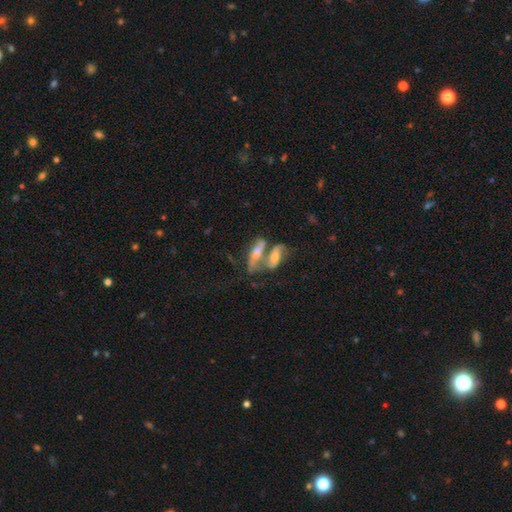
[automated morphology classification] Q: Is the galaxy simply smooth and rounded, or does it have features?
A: featured or disk — 56%.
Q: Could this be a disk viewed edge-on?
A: no — 76%.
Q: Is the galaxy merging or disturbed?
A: merger — 65%.